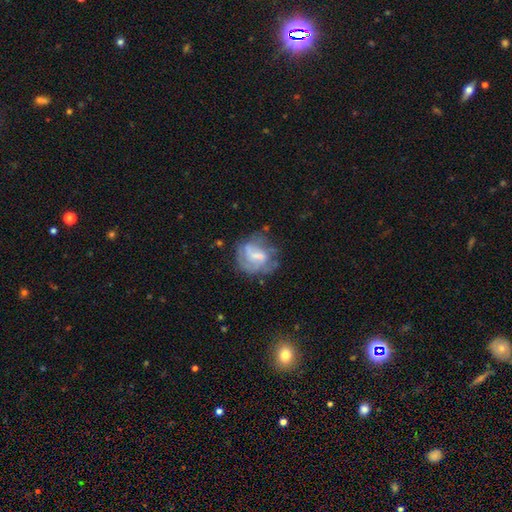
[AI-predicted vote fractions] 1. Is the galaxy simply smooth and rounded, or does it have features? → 59% featured or disk, 32% smooth, 9% star or artifact.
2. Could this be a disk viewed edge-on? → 97% no, 3% yes.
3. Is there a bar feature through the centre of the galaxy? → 44% weak, 40% no, 16% strong.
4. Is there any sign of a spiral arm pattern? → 57% yes, 43% no.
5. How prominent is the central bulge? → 33% small, 30% moderate, 28% none, 7% large, 2% dominant.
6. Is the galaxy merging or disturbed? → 47% none, 24% major disturbance, 23% minor disturbance, 5% merger.